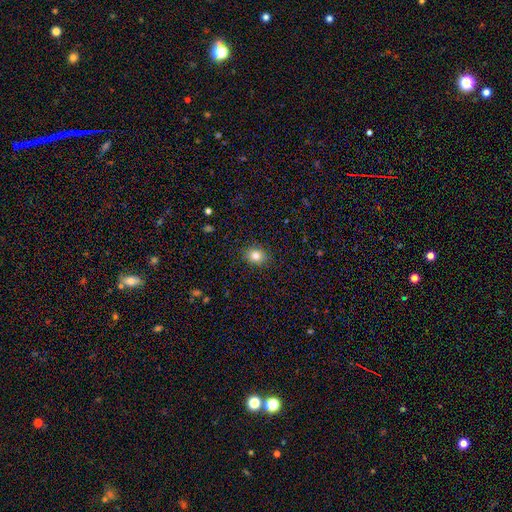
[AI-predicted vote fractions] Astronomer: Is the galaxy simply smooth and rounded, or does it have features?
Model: smooth — 81%.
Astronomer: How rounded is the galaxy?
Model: round — 64%.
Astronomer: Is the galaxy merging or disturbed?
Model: none — 89%.